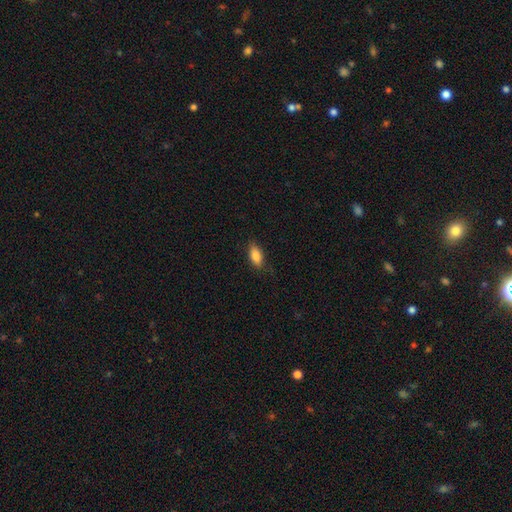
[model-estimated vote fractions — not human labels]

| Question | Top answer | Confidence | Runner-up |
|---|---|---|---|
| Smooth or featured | smooth | 85% | featured or disk (8%) |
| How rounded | in between | 86% | cigar-shaped (10%) |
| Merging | none | 82% | minor disturbance (14%) |